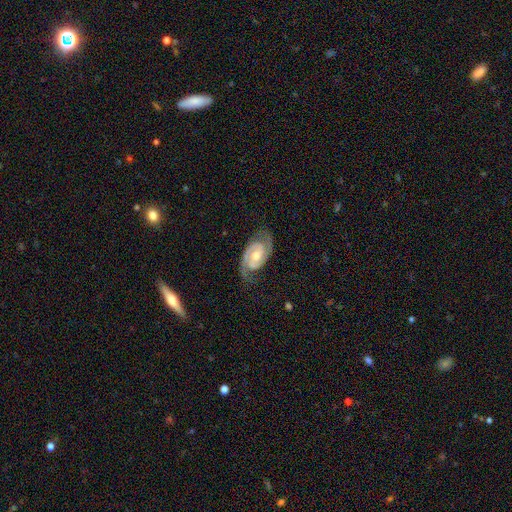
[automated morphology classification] type=featured or disk (90%); edge-on=no (97%); bar=no (47%); spiral arms=yes (98%); winding=tight (47%); arm count=2 (93%); bulge=moderate (69%); merging=none (79%).